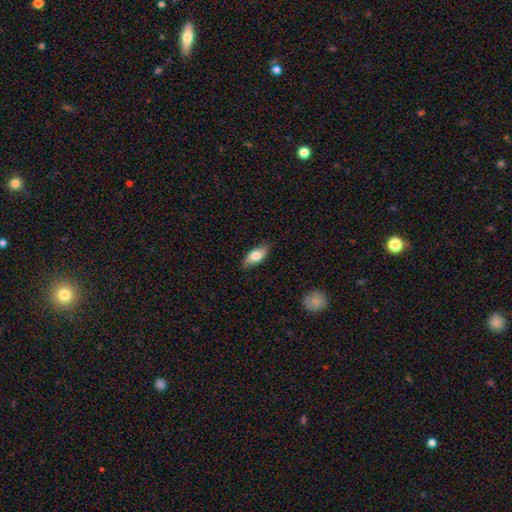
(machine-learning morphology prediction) The model was most divided on "smooth or featured": smooth: 75%, featured or disk: 19%, star or artifact: 6%. More confident: how rounded — in between (83%); merging — none (83%).